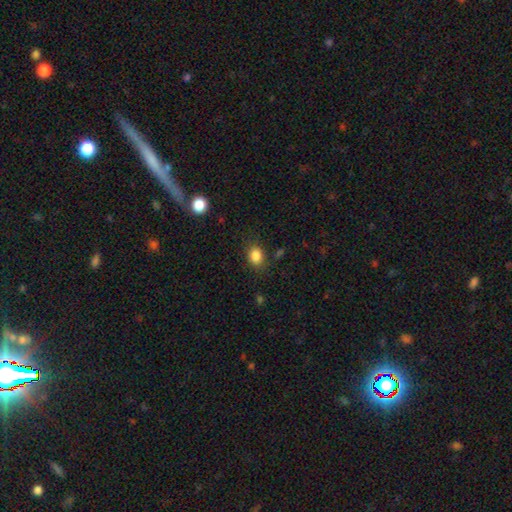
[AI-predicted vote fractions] The model was most divided on "how rounded": in between: 59%, round: 40%, cigar-shaped: 1%. More confident: smooth or featured — smooth (85%); merging — none (80%).